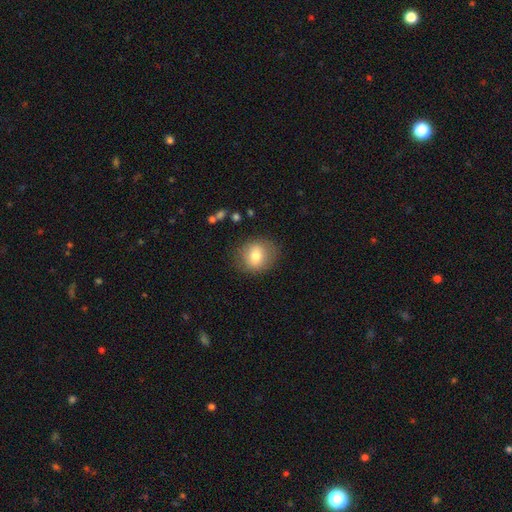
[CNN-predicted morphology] smooth-or-featured: smooth: 76% | featured or disk: 16% | star or artifact: 9%
  how-rounded: round: 72% | in between: 27% | cigar-shaped: 1%
  merging: none: 81% | minor disturbance: 13% | major disturbance: 5% | merger: 1%